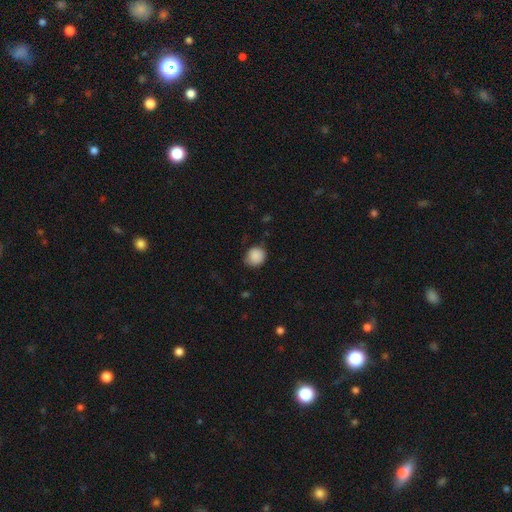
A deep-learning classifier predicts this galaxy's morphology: A smooth galaxy with no disk features (88%) that is round (85%). Merging: none (74%).